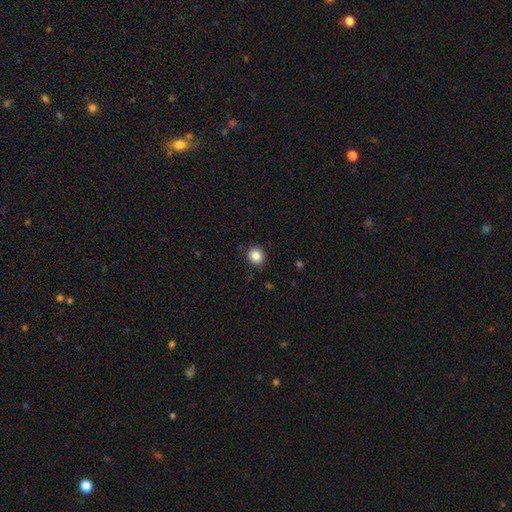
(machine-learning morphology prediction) Smooth or featured?
  - smooth: 85% *
  - star or artifact: 10%
  - featured or disk: 5%
How rounded?
  - round: 87% *
  - in between: 12%
  - cigar-shaped: 1%
Merging?
  - none: 88% *
  - minor disturbance: 9%
  - major disturbance: 2%
  - merger: 1%